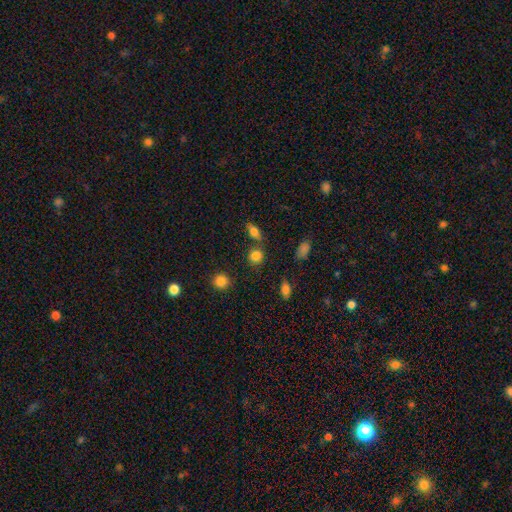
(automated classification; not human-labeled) Smooth or featured? Predicted: smooth (p=0.81). How rounded? Predicted: round (p=0.74). Merging? Predicted: none (p=0.72).